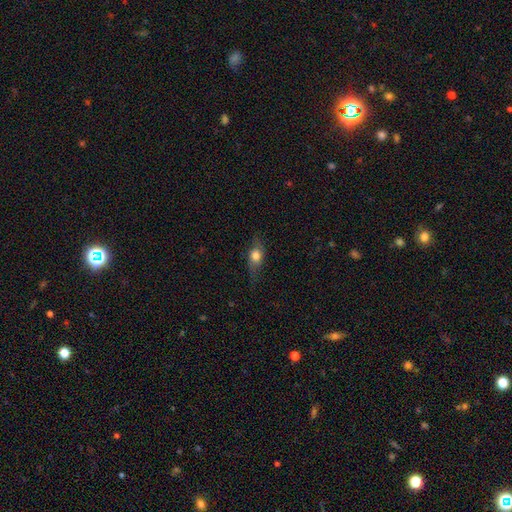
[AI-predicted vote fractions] smooth_or_featured: smooth (p=0.67) [alt: featured or disk p=0.24]
how_rounded: in between (p=0.65) [alt: round p=0.18]
merging: none (p=0.71) [alt: minor disturbance p=0.21]